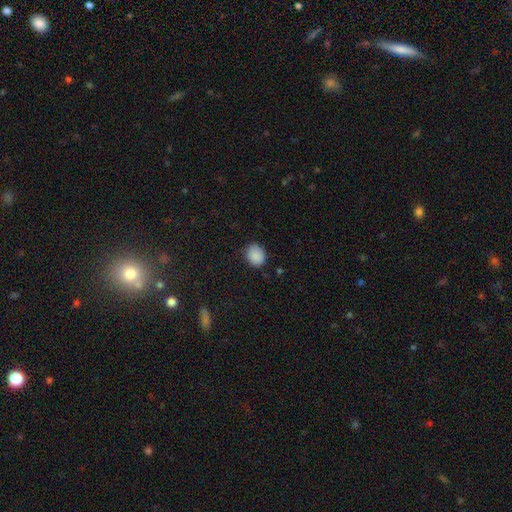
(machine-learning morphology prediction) Smooth or featured? smooth (88%)
How rounded? round (66%)
Merging? none (81%)